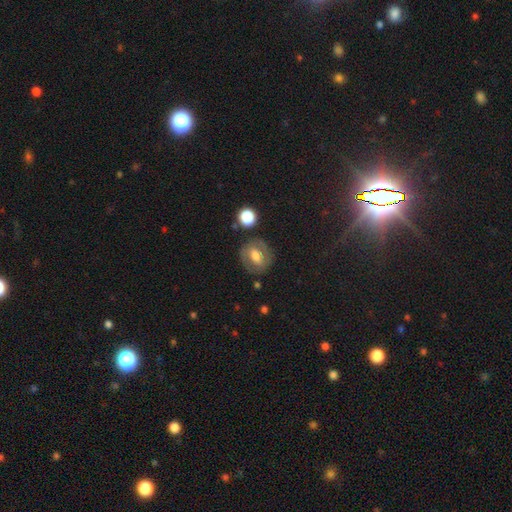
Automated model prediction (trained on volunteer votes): Morphology: type=smooth (47%); merging=none (77%).